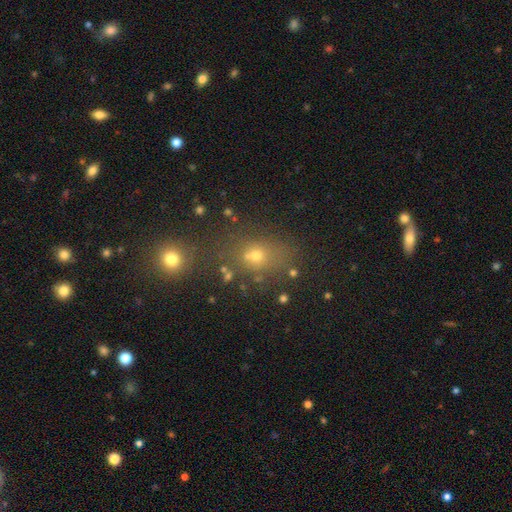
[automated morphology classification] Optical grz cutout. It shows a smooth galaxy with no disk features (61%) that is round (51%). Merging: none (59%).